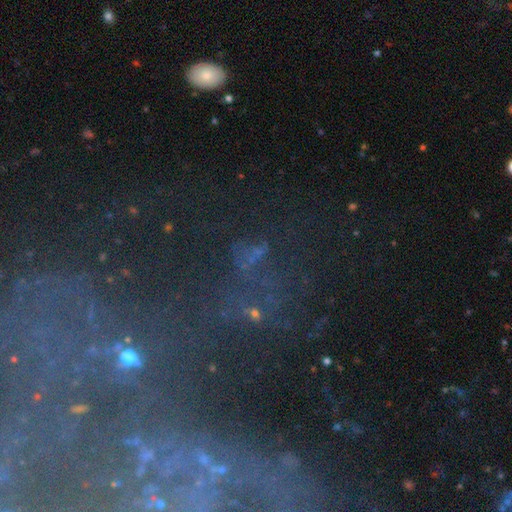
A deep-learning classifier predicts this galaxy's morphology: smooth_or_featured: star or artifact (p=0.59) [alt: featured or disk p=0.21]